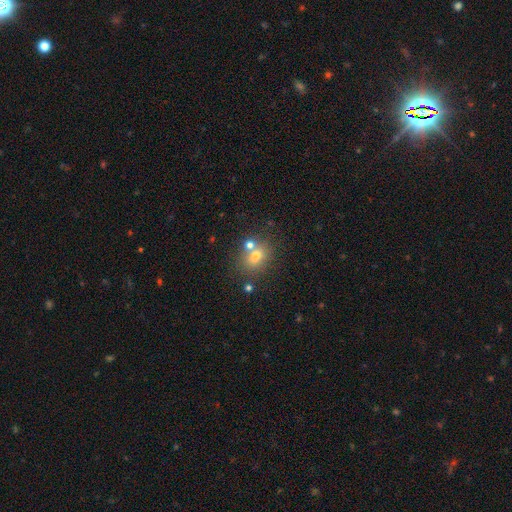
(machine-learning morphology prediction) The model was most divided on "how rounded": round: 62%, in between: 37%, cigar-shaped: 1%. More confident: smooth or featured — smooth (67%); merging — none (55%).